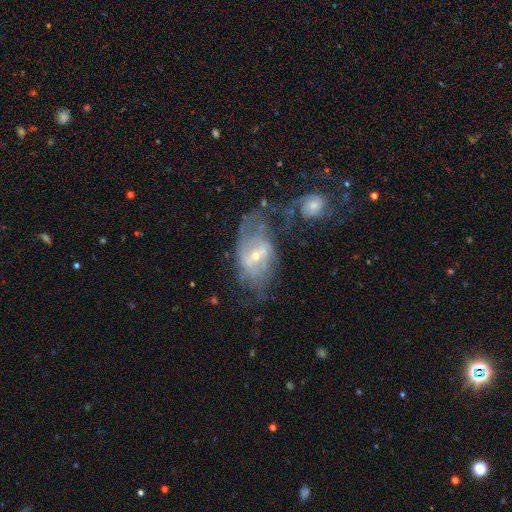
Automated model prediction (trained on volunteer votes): This appears to be a featured or disk galaxy (78%) with a weak bar (47%), 2 (42%) medium (39%) spiral arms (77%) and a small central bulge (62%). Merging: none (31%).